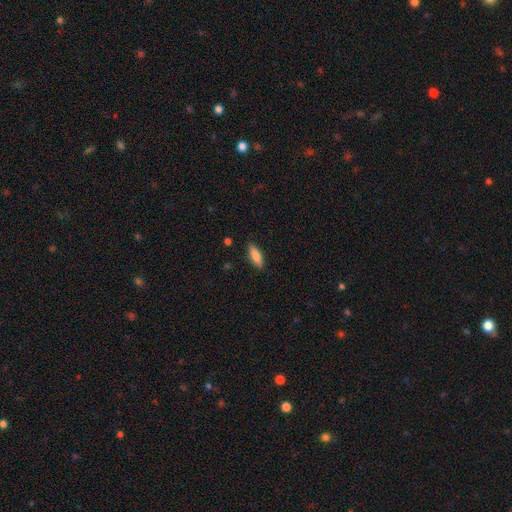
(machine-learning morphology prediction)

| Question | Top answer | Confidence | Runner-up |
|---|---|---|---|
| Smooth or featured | smooth | 81% | featured or disk (12%) |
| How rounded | in between | 59% | cigar-shaped (40%) |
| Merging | none | 86% | minor disturbance (10%) |